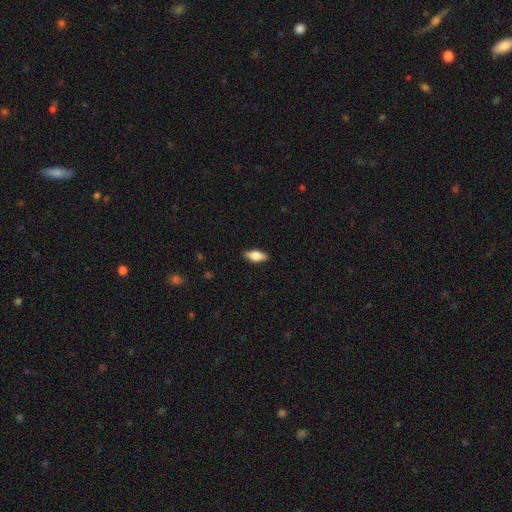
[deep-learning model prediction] Smooth or featured? Predicted: smooth (p=0.71). How rounded? Predicted: in between (p=0.84). Merging? Predicted: none (p=0.88).